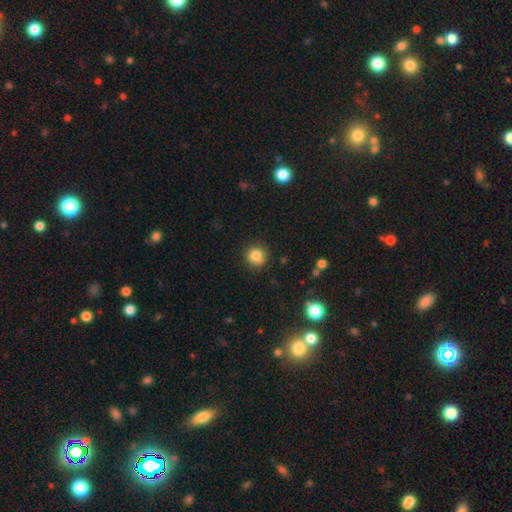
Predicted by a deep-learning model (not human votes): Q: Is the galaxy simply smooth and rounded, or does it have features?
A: smooth — 83%.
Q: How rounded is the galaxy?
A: round — 91%.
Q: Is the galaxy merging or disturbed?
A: none — 86%.